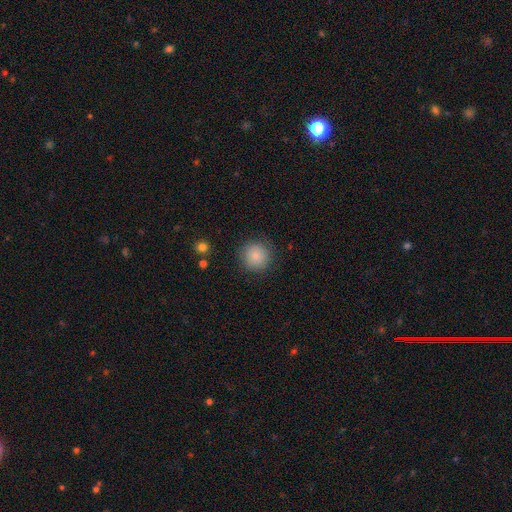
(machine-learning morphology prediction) Smooth or featured: smooth — 84% (star or artifact — 9%)
How rounded: round — 94% (in between — 5%)
Merging: none — 87% (minor disturbance — 9%)